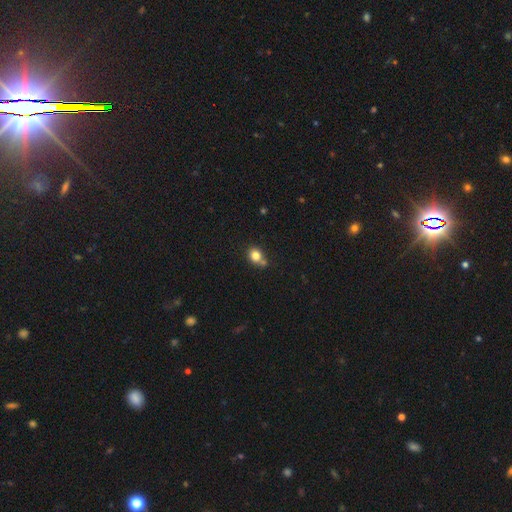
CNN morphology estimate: This is clearly a smooth galaxy (80%). How rounded: likely round (69%). Merging: possibly none (57%).